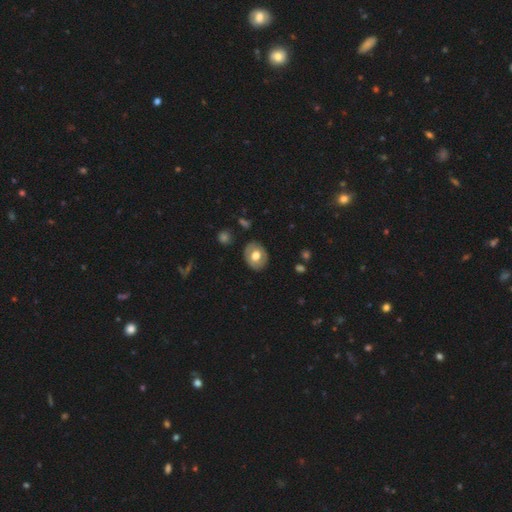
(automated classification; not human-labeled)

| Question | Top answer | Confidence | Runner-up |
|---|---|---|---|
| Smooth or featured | smooth | 58% | featured or disk (35%) |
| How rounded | round | 50% | in between (49%) |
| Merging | none | 83% | minor disturbance (12%) |